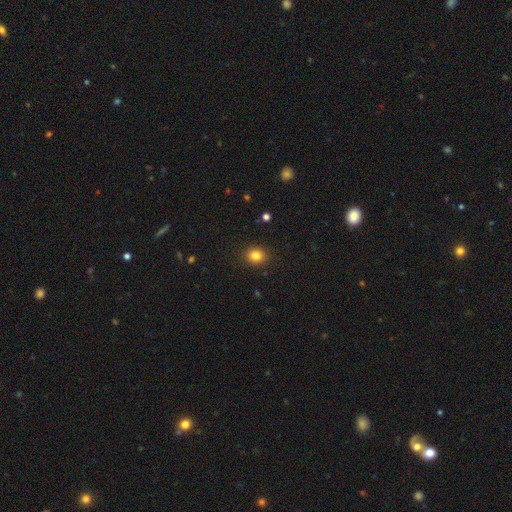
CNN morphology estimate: A smooth galaxy with no disk features (83%) that is round (66%).

Vote fractions:
- Smooth or featured? smooth: 83% / star or artifact: 11% / featured or disk: 6%
- How rounded? round: 66% / in between: 33% / cigar-shaped: 1%
- Merging? none: 90% / minor disturbance: 7% / major disturbance: 2% / merger: 1%